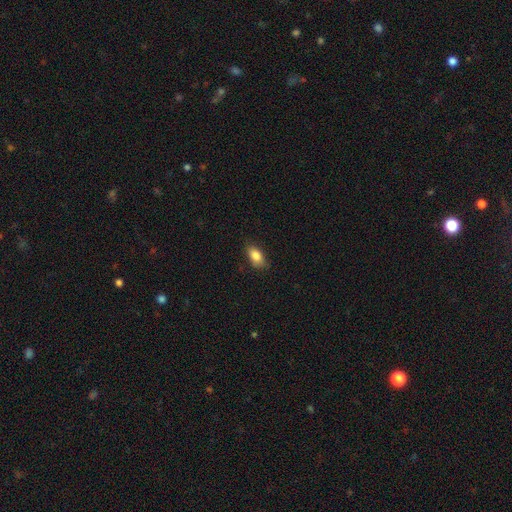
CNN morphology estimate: This appears to be a smooth galaxy with no disk features (85%) that is in between round and cigar-shaped (89%). Merging: none (80%).